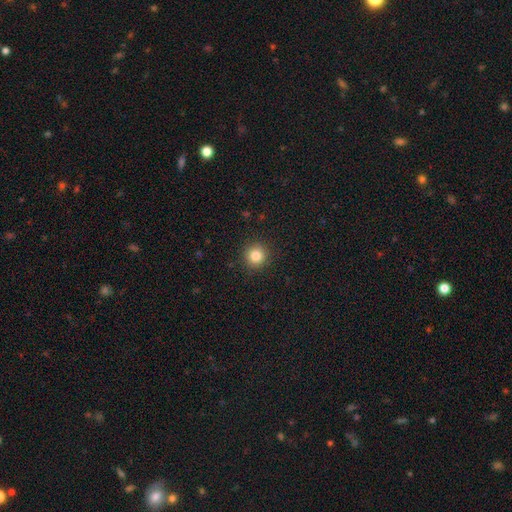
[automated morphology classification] A smooth galaxy with no disk features (83%) that is round (94%). Merging: none (91%).